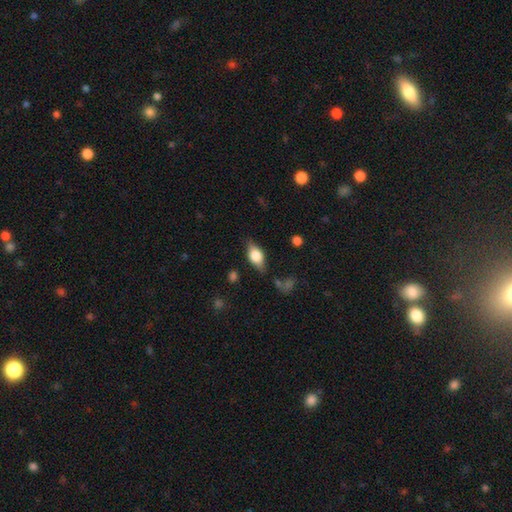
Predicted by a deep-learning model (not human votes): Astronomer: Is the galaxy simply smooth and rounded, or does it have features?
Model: smooth — 60%.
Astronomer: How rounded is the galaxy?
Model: in between — 83%.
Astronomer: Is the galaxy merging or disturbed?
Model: none — 77%.